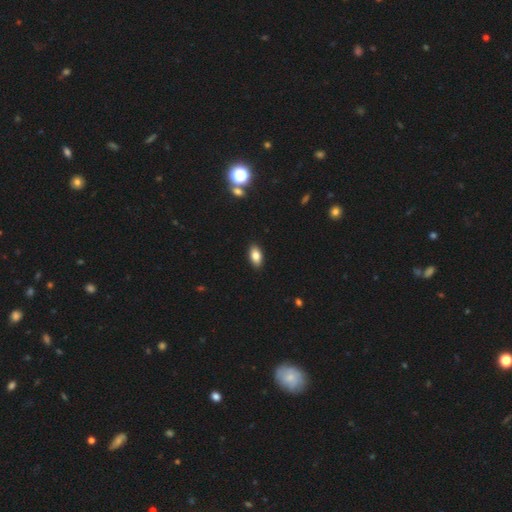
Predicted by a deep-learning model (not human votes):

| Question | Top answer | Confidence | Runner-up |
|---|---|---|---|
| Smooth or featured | smooth | 82% | featured or disk (9%) |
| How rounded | in between | 92% | round (4%) |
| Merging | none | 90% | minor disturbance (8%) |